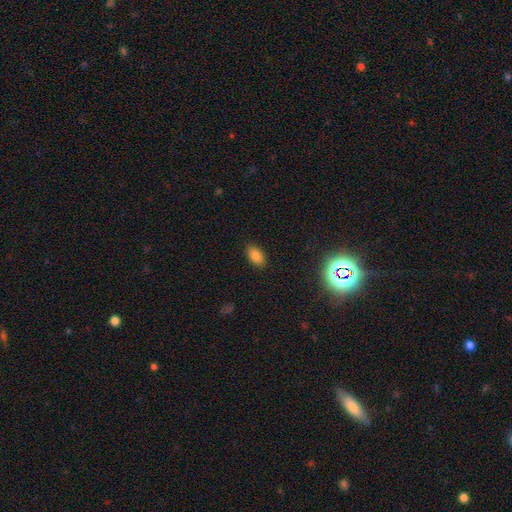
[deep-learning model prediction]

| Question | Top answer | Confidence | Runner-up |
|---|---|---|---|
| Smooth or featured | smooth | 82% | star or artifact (11%) |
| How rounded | in between | 92% | round (6%) |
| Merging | none | 88% | minor disturbance (9%) |